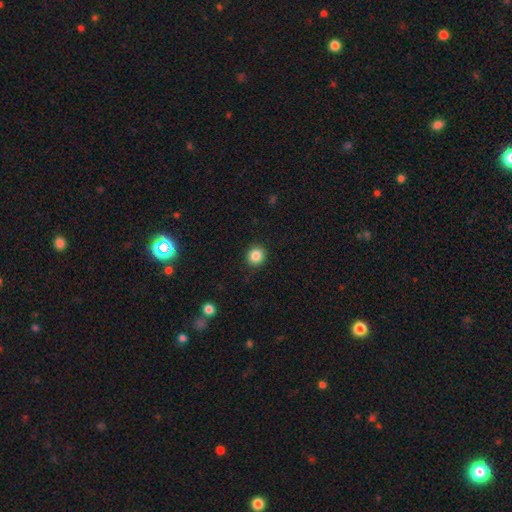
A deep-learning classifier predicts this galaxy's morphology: Smooth or featured?
  - smooth: 85% *
  - star or artifact: 10%
  - featured or disk: 4%
How rounded?
  - round: 90% *
  - in between: 9%
  - cigar-shaped: 1%
Merging?
  - none: 91% *
  - minor disturbance: 6%
  - major disturbance: 2%
  - merger: 1%